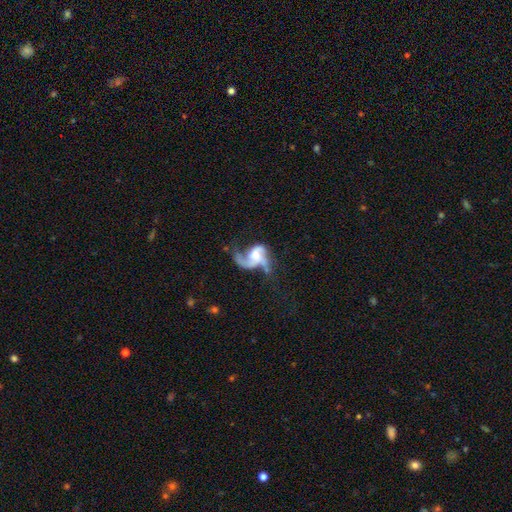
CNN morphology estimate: Smooth or featured?
  - featured or disk: 84% *
  - smooth: 9%
  - star or artifact: 7%
Edge-on disk?
  - no: 98% *
  - yes: 2%
Bar?
  - no: 55% *
  - weak: 35%
  - strong: 10%
Spiral arms?
  - yes: 94% *
  - no: 6%
Spiral winding?
  - loose: 52% *
  - medium: 38%
  - tight: 9%
Spiral arm count?
  - 2: 54% *
  - 3: 24%
  - 1: 11%
  - can't tell: 6%
  - 4: 3%
  - more than 4: 2%
Bulge size?
  - moderate: 54% *
  - small: 27%
  - large: 10%
  - none: 7%
  - dominant: 2%
Merging?
  - major disturbance: 36% * (tied)
  - none: 36% * (tied)
  - minor disturbance: 19%
  - merger: 9%